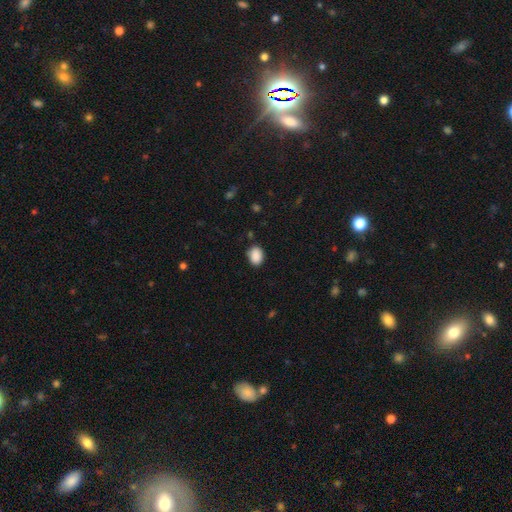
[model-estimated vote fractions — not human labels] A smooth galaxy with no disk features (89%) that is in between round and cigar-shaped (64%). Merging: none (83%).